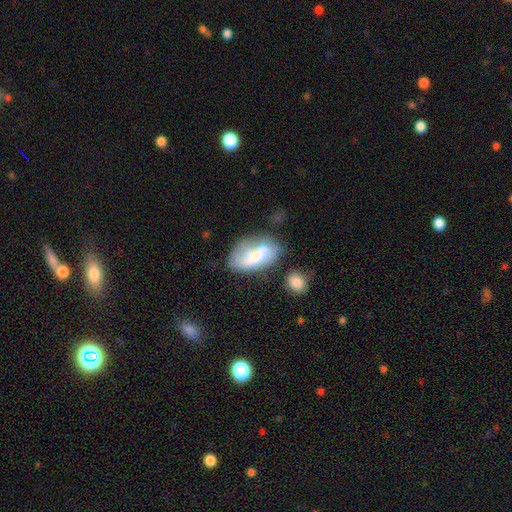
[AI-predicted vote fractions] Smooth or featured?
  - smooth: 62% *
  - featured or disk: 29%
  - star or artifact: 9%
How rounded?
  - in between: 90% *
  - round: 6%
  - cigar-shaped: 4%
Merging?
  - none: 37% *
  - minor disturbance: 27%
  - major disturbance: 19%
  - merger: 17%